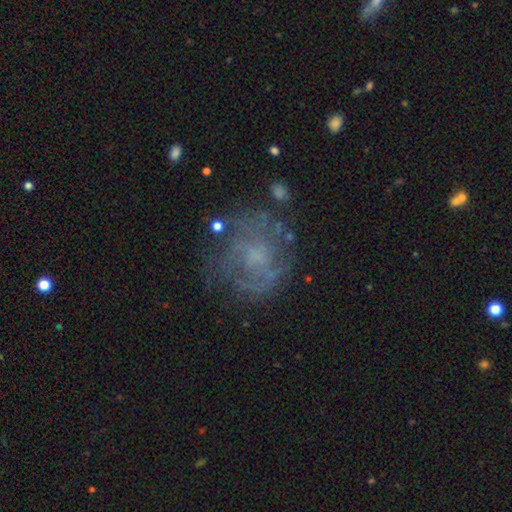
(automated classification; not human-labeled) Smooth or featured?
  - featured or disk: 61% *
  - smooth: 25%
  - star or artifact: 14%
Edge-on disk?
  - no: 97% *
  - yes: 3%
Bar?
  - no: 78% *
  - weak: 19%
  - strong: 3%
Spiral arms?
  - no: 50% * (tied)
  - yes: 50% * (tied)
Bulge size?
  - small: 35% *
  - moderate: 30%
  - none: 30%
  - large: 4%
  - dominant: 1%
Merging?
  - none: 65% *
  - minor disturbance: 18%
  - major disturbance: 14%
  - merger: 3%